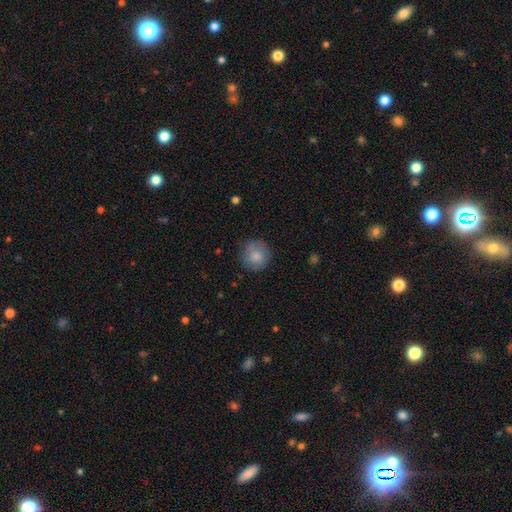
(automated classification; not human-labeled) smooth_or_featured: smooth (p=0.82) [alt: featured or disk p=0.10]
how_rounded: round (p=0.93) [alt: in between p=0.06]
merging: none (p=0.82) [alt: minor disturbance p=0.13]